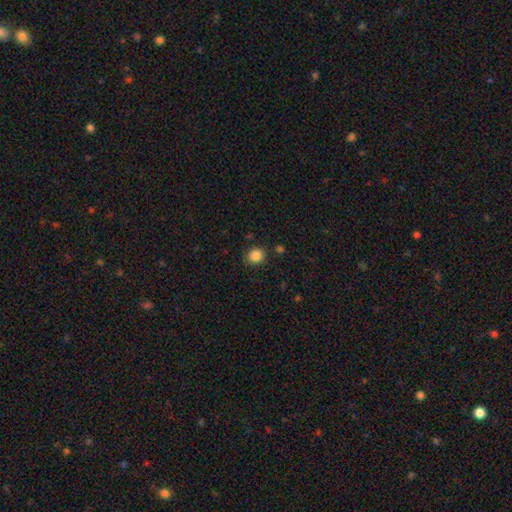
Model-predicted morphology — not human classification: The model was most divided on "how rounded": round: 81%, in between: 18%, cigar-shaped: 1%. More confident: merging — none (86%); smooth or featured — smooth (86%).